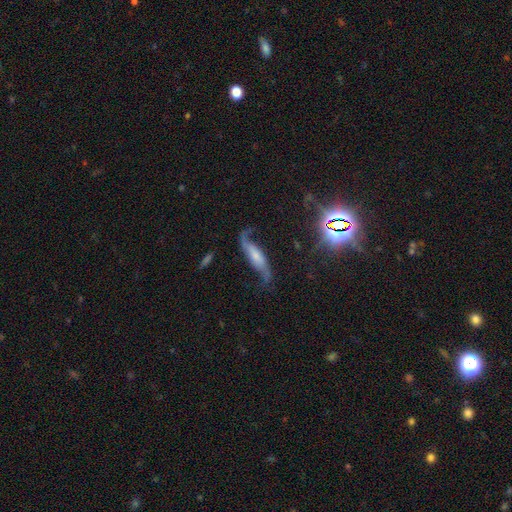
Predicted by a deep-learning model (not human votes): Smooth or featured: featured or disk — 75% (smooth — 15%)
Edge-on disk: no — 79% (yes — 21%)
Bar: no — 47% (weak — 32%)
Spiral arms: yes — 94% (no — 6%)
Spiral winding: loose — 82% (medium — 14%)
Spiral arm count: 2 — 90% (1 — 4%)
Bulge size: small — 37% (moderate — 28%)
Merging: none — 62% (minor disturbance — 21%)